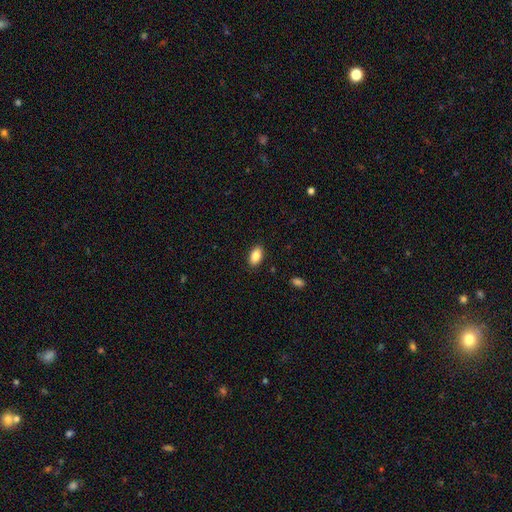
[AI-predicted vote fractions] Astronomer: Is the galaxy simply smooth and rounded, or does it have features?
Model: smooth — 88%.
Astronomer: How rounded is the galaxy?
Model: in between — 92%.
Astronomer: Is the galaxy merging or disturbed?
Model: none — 89%.